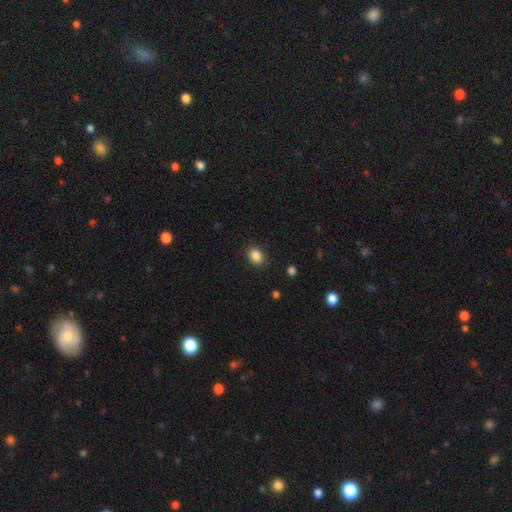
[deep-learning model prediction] The model was most divided on "how rounded": in between: 67%, round: 32%, cigar-shaped: 1%. More confident: merging — none (88%); smooth or featured — smooth (86%).